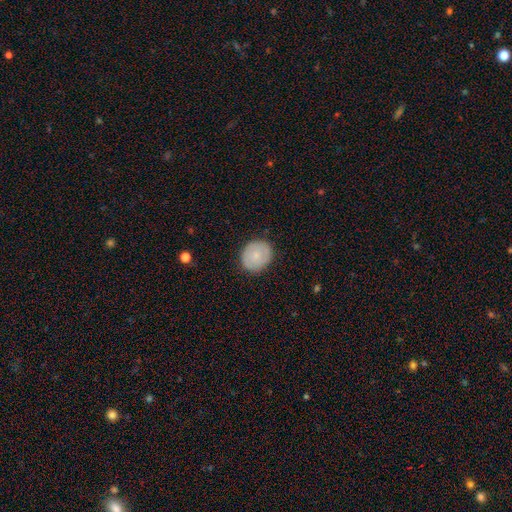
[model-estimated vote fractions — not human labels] A smooth galaxy with no disk features (72%) that is round (73%).

Vote fractions:
- Smooth or featured? smooth: 72% / featured or disk: 22% / star or artifact: 7%
- How rounded? round: 73% / in between: 26% / cigar-shaped: 1%
- Merging? none: 87% / minor disturbance: 10% / major disturbance: 2% / merger: 1%